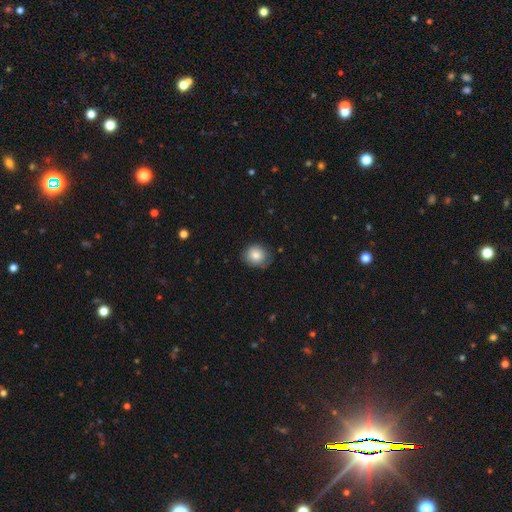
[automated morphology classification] Smooth or featured? Predicted: smooth (p=0.80). How rounded? Predicted: round (p=0.83). Merging? Predicted: none (p=0.76).